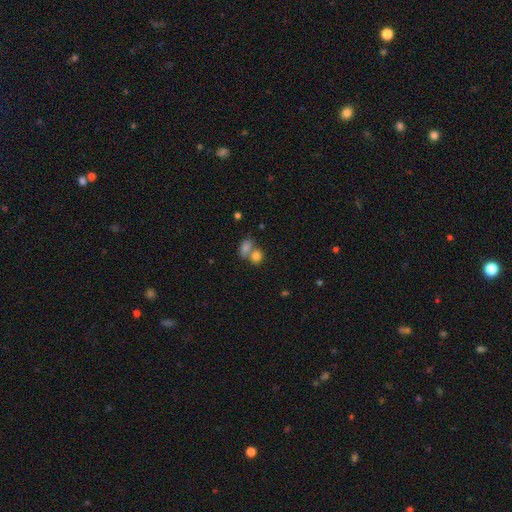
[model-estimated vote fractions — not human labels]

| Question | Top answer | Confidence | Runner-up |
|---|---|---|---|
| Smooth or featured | smooth | 80% | star or artifact (11%) |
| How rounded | in between | 54% | round (45%) |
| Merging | merger | 55% | none (33%) |